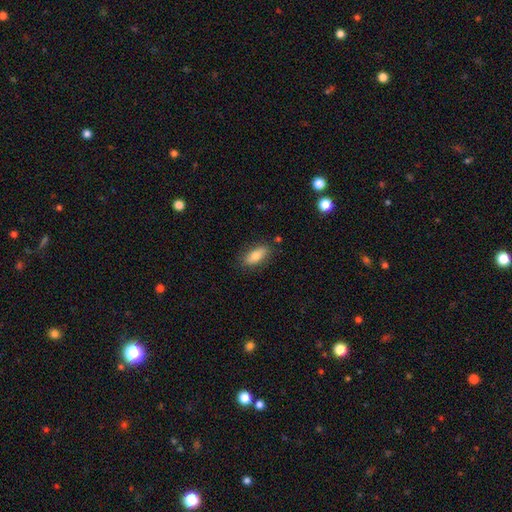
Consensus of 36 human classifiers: Smooth or featured? smooth (78%)
How rounded? in between (93%)
Merging? none (86%)